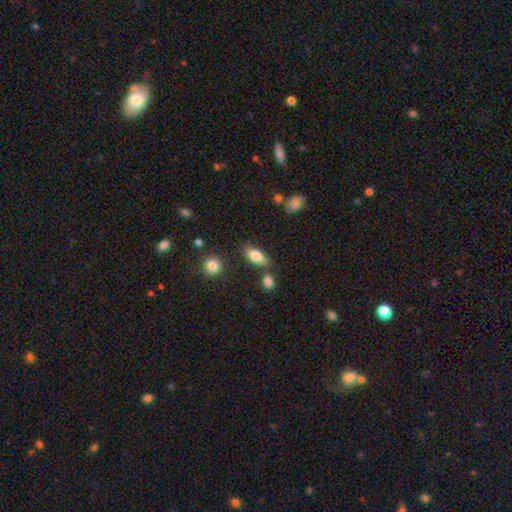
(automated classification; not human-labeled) smooth_or_featured: smooth (p=0.79) [alt: featured or disk p=0.14]
how_rounded: in between (p=0.84) [alt: cigar-shaped p=0.13]
merging: none (p=0.71) [alt: minor disturbance p=0.15]